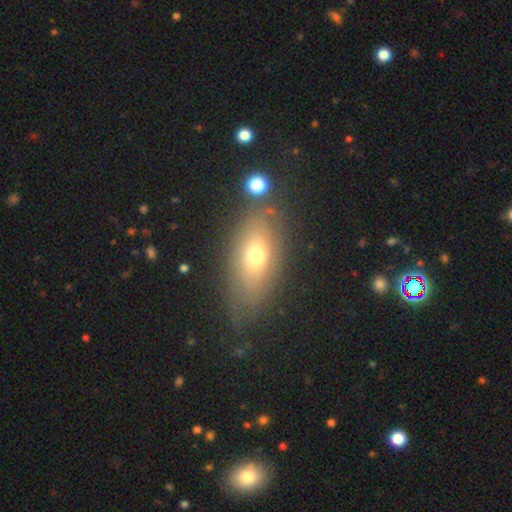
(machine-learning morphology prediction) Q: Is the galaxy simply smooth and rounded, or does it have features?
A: smooth — 56%.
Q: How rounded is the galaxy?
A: in between — 79%.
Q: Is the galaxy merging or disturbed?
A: none — 68%.